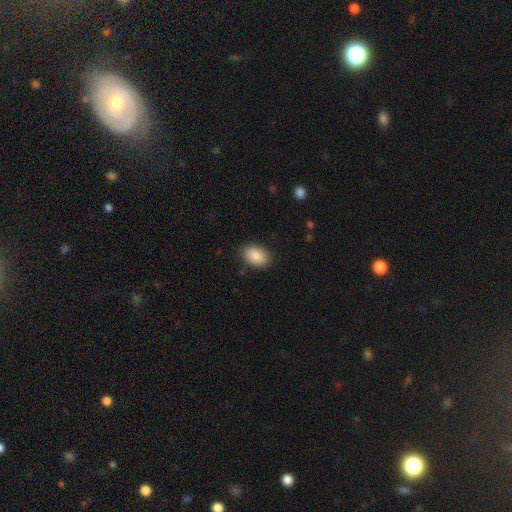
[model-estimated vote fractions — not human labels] Morphology: type=smooth (90%); roundness=in between (90%); merging=none (87%).